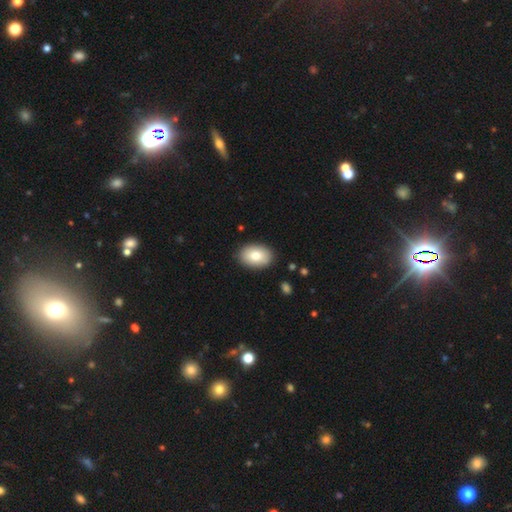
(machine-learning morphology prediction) A smooth galaxy with no disk features (81%) that is in between round and cigar-shaped (87%). Merging: none (89%).